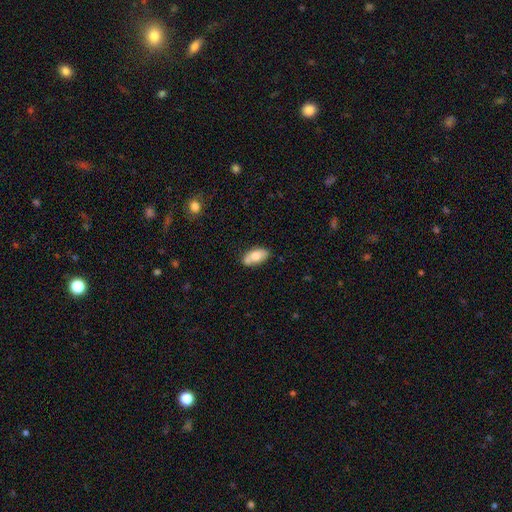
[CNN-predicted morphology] A smooth galaxy with no disk features (73%) that is in between round and cigar-shaped (92%). Merging: none (67%).